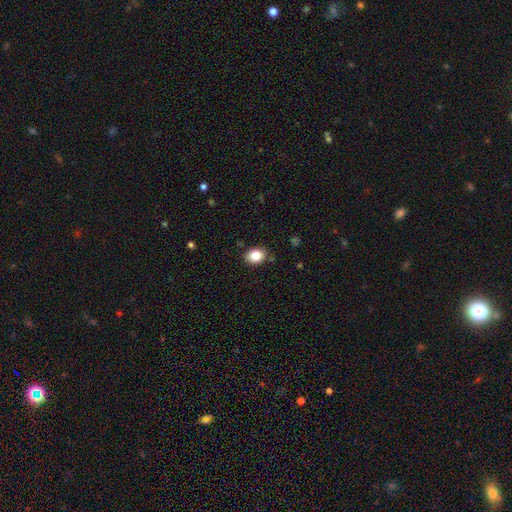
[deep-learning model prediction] This is clearly a smooth galaxy (85%). How rounded: possibly in between (60%). Merging: clearly none (86%).